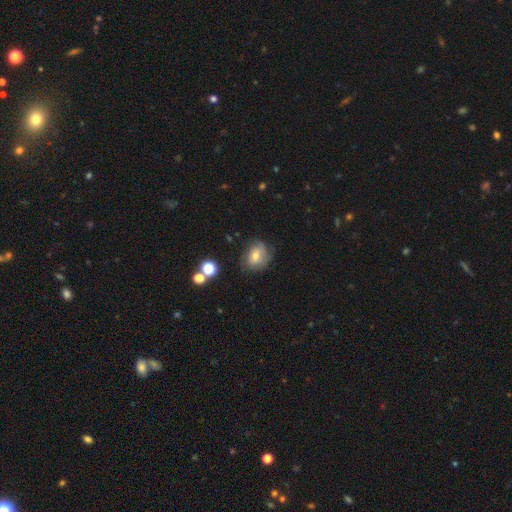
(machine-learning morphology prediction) A smooth galaxy with no disk features (54%) that is round (51%).

Vote fractions:
- Smooth or featured? smooth: 54% / featured or disk: 34% / star or artifact: 12%
- How rounded? round: 51% / in between: 48% / cigar-shaped: 1%
- Merging? none: 66% / minor disturbance: 23% / major disturbance: 8% / merger: 3%